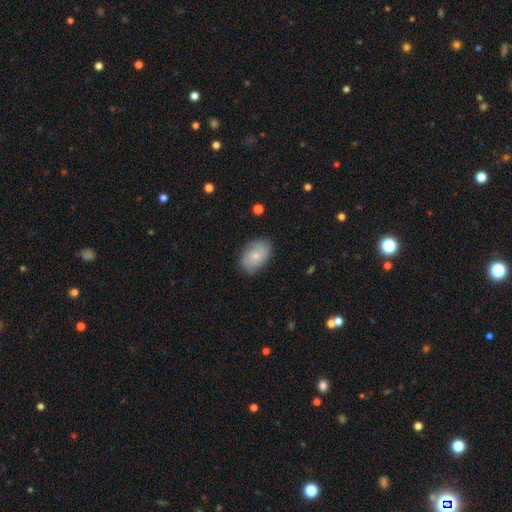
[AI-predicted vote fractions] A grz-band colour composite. It shows a smooth galaxy with no disk features (57%) that is in between round and cigar-shaped (84%). Merging: none (77%).